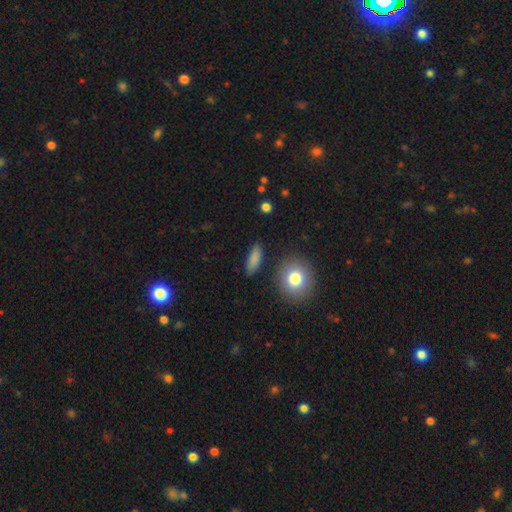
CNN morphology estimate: Smooth or featured?
  - smooth: 83% *
  - star or artifact: 9%
  - featured or disk: 8%
How rounded?
  - in between: 58% *
  - cigar-shaped: 33%
  - round: 9%
Merging?
  - none: 87% *
  - minor disturbance: 9%
  - major disturbance: 2%
  - merger: 2%